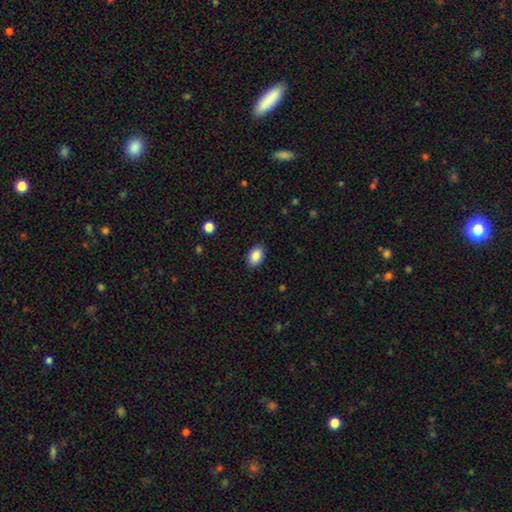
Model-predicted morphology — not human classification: This appears to be a smooth galaxy with no disk features (89%) that is in between round and cigar-shaped (87%). Merging: none (88%).